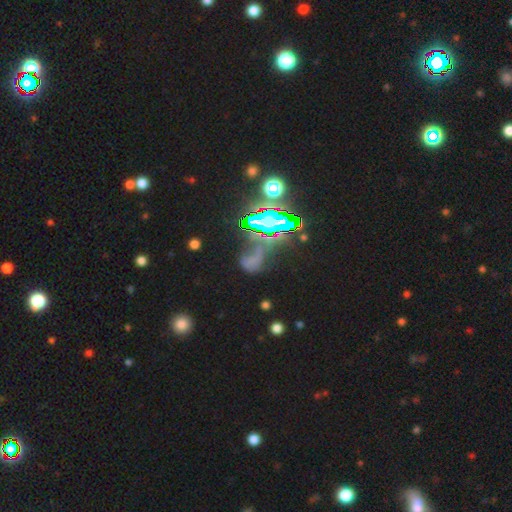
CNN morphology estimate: This appears to be a star or artifact, not a galaxy (69%).